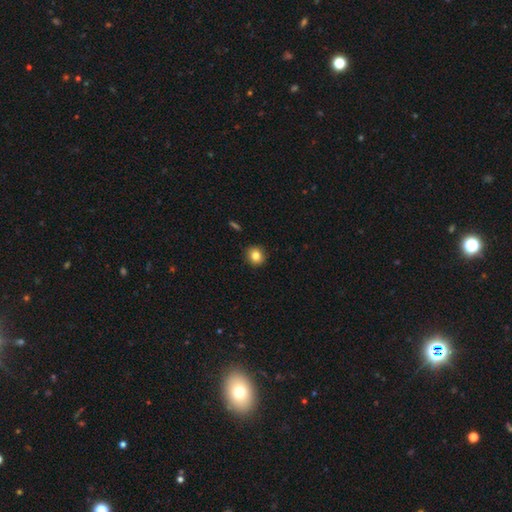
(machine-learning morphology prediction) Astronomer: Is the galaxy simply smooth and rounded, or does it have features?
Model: smooth — 83%.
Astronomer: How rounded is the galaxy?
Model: round — 87%.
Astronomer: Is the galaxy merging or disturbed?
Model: none — 91%.